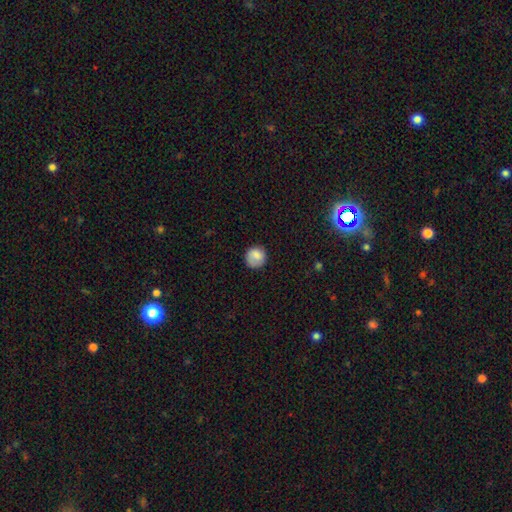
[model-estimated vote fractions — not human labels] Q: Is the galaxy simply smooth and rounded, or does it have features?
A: smooth — 80%.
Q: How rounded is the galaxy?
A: round — 89%.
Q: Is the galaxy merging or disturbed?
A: none — 78%.